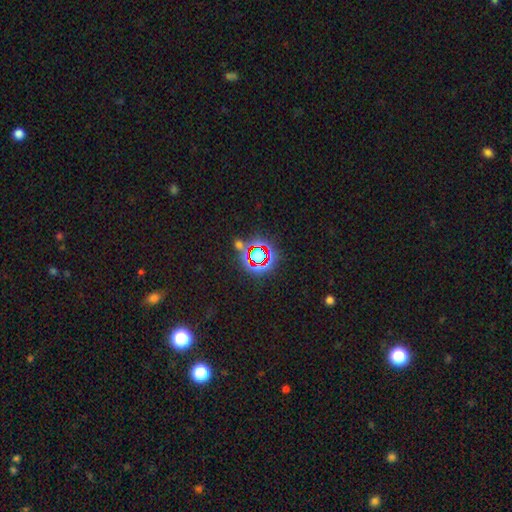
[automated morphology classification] smooth_or_featured: star or artifact (p=0.75) [alt: smooth p=0.15]